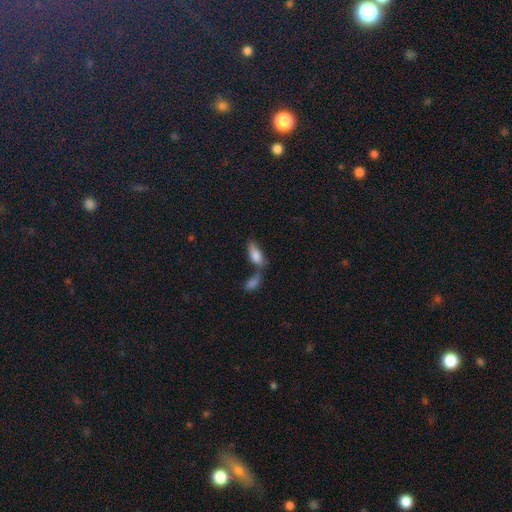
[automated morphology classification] Q: Smooth or featured?
A: smooth (75%); runner-up: featured or disk (17%)
Q: How rounded?
A: in between (79%); runner-up: cigar-shaped (18%)
Q: Merging?
A: merger (38%); tied with: none (38%)